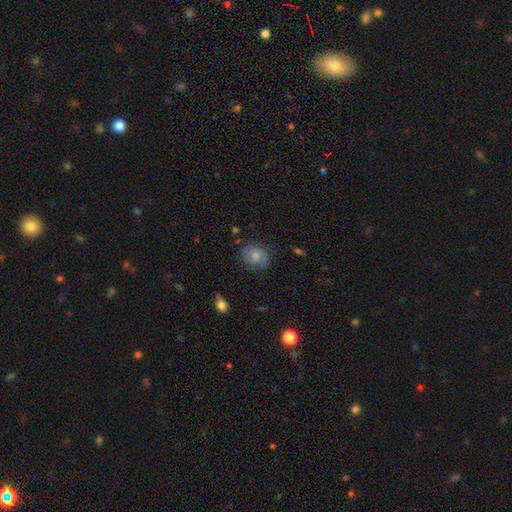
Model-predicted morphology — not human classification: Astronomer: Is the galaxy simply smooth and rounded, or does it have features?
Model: smooth — 64%.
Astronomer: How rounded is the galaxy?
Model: round — 61% (runner-up: in between, 38%).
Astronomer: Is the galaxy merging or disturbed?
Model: none — 64%.